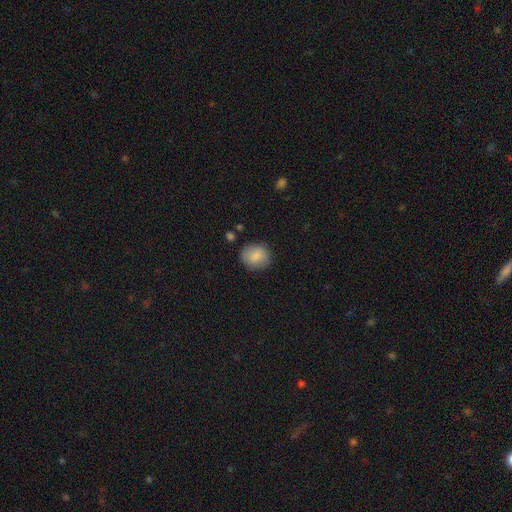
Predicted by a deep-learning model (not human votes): smooth 86%, star or artifact 7%, featured or disk 7%. Down the decision tree: how rounded — round (75%); merging — none (82%).